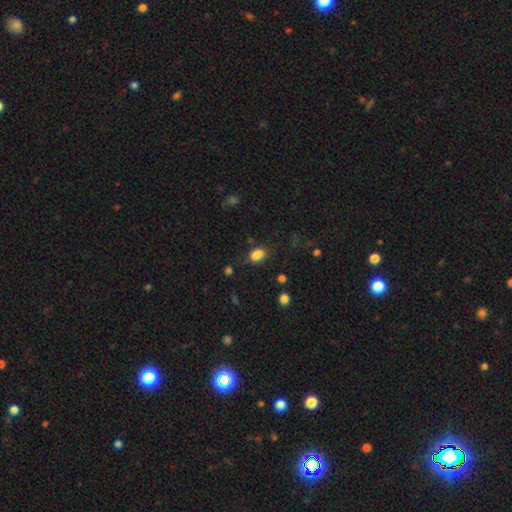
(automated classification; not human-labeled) Smooth or featured?
  - smooth: 84% *
  - star or artifact: 10%
  - featured or disk: 5%
How rounded?
  - in between: 81% *
  - round: 17%
  - cigar-shaped: 2%
Merging?
  - none: 71% *
  - minor disturbance: 20%
  - major disturbance: 6%
  - merger: 3%